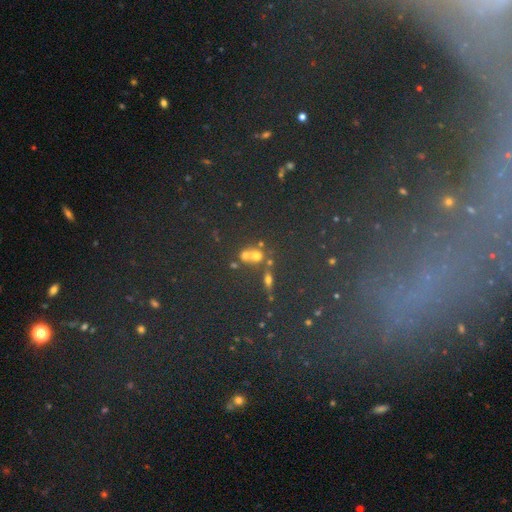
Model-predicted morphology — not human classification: This is possibly a smooth galaxy (52%). How rounded: likely round (72%). Merging: possibly none (45%).